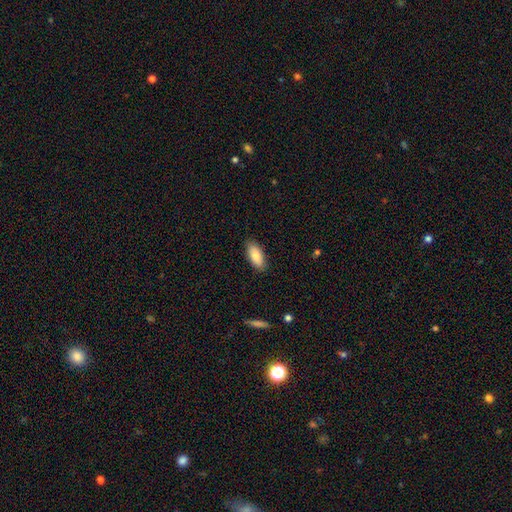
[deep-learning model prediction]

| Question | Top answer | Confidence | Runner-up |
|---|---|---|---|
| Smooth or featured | smooth | 86% | featured or disk (8%) |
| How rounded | in between | 85% | cigar-shaped (13%) |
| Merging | none | 87% | minor disturbance (10%) |